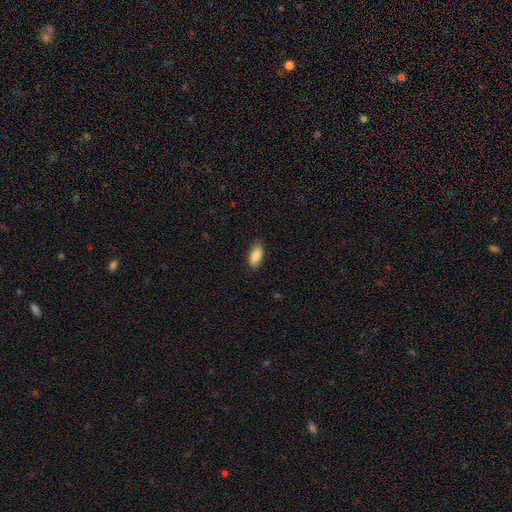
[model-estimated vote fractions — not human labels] A smooth galaxy with no disk features (85%) that is in between round and cigar-shaped (87%). Merging: none (83%).